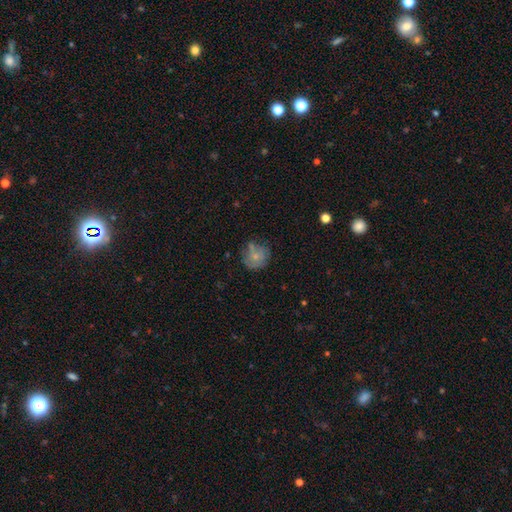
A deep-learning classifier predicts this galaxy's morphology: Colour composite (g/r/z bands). It shows a smooth galaxy with no disk features (63%) that is round (82%). Merging: none (56%).